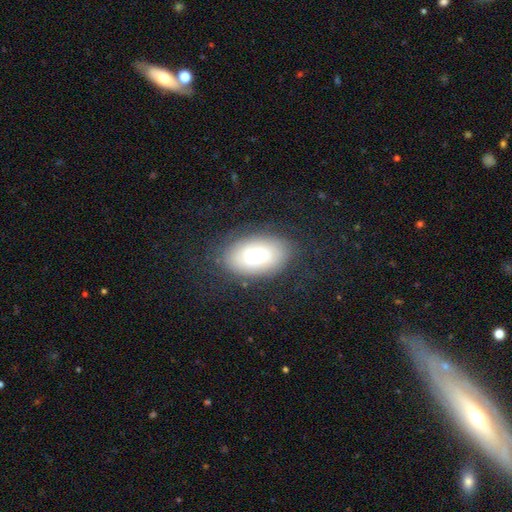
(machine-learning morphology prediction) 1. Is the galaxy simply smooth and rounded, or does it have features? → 60% smooth, 31% featured or disk, 9% star or artifact.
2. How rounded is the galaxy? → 92% in between, 7% round, 2% cigar-shaped.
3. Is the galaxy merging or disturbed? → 75% none, 16% minor disturbance, 8% major disturbance, 1% merger.